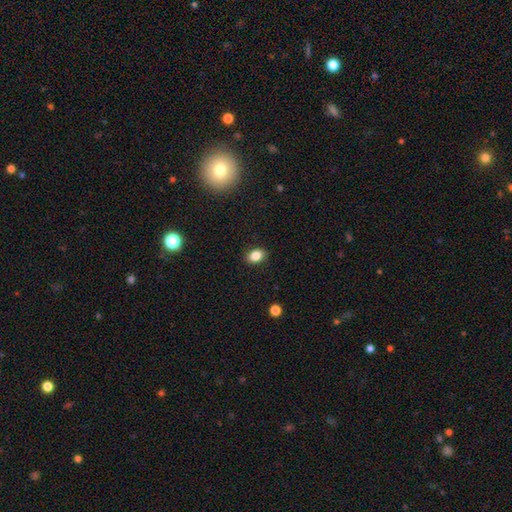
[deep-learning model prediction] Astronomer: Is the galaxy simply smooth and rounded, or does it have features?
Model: smooth — 85%.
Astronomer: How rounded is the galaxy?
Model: in between — 77%.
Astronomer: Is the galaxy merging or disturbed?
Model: none — 89%.